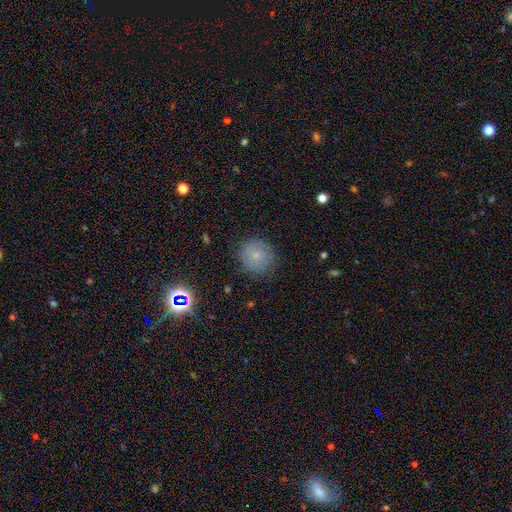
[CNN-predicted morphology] The model was most divided on "smooth or featured": smooth: 60%, featured or disk: 28%, star or artifact: 13%. More confident: how rounded — round (90%); merging — none (80%).